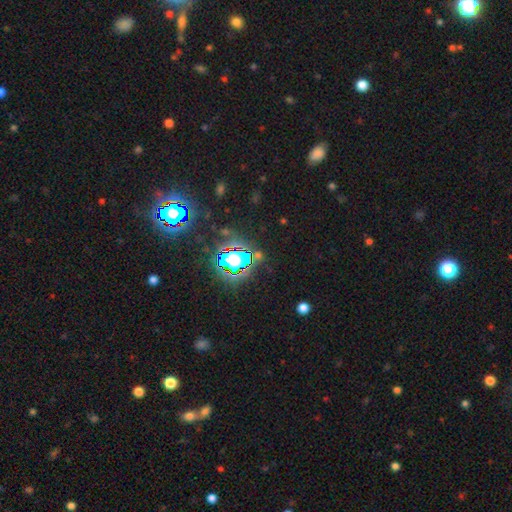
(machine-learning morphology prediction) Smooth or featured: star or artifact — 78% (smooth — 13%)